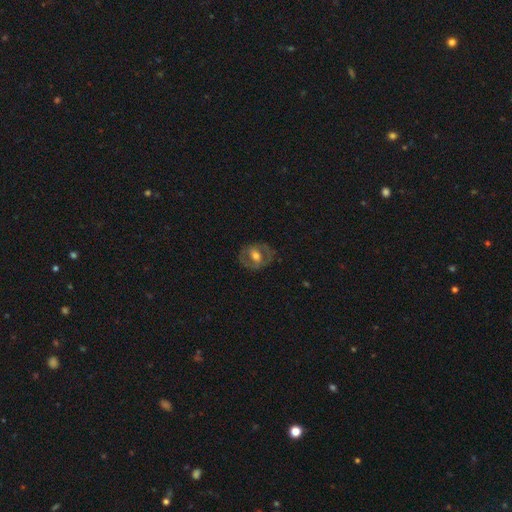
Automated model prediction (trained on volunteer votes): Morphology: type=featured or disk (60%); edge-on=no (94%); bar=no (43%); spiral arms=no (61%); bulge=moderate (67%); merging=none (75%).